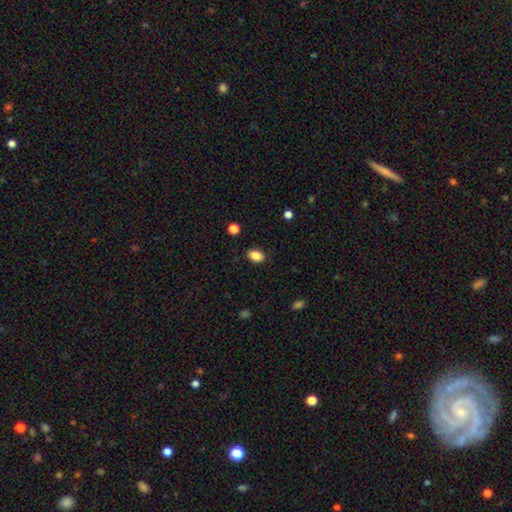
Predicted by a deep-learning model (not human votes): This is clearly a smooth galaxy (86%). How rounded: clearly in between (81%). Merging: clearly none (86%).